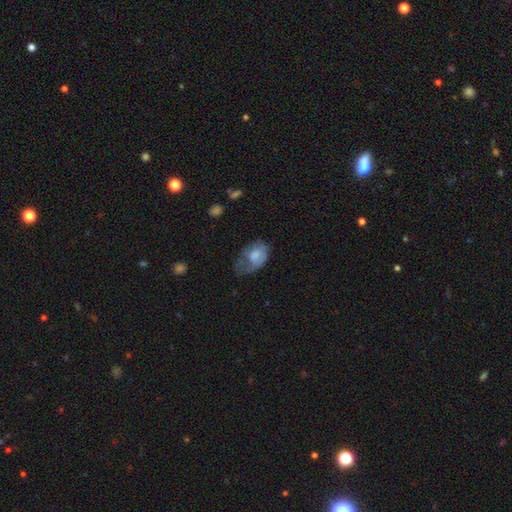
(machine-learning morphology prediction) smooth 61%, featured or disk 32%, star or artifact 8%. Down the decision tree: how rounded — in between (82%); merging — major disturbance (39%).